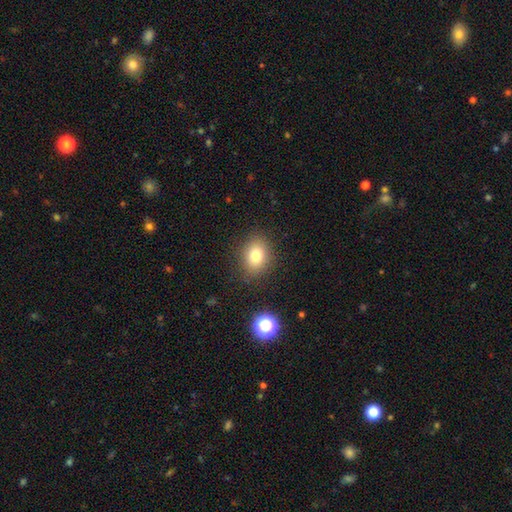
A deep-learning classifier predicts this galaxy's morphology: Smooth or featured: smooth — 78% (star or artifact — 12%)
How rounded: in between — 54% (round — 45%)
Merging: none — 86% (minor disturbance — 10%)